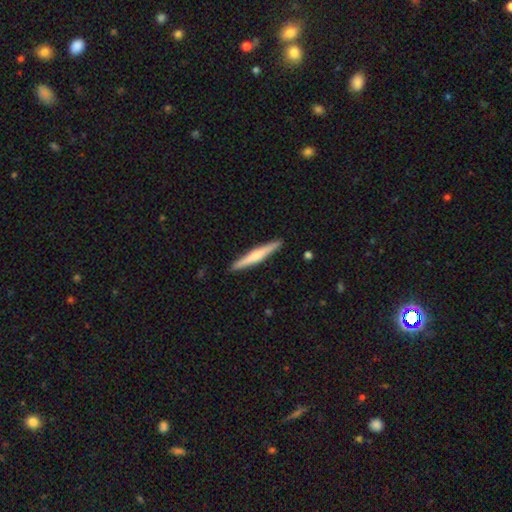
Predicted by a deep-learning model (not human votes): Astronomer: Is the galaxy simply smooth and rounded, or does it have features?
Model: featured or disk — 52% (runner-up: smooth, 44%).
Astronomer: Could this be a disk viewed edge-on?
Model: yes — 98%.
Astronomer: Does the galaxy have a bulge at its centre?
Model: rounded — 59%.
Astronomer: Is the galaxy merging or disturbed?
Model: none — 91%.